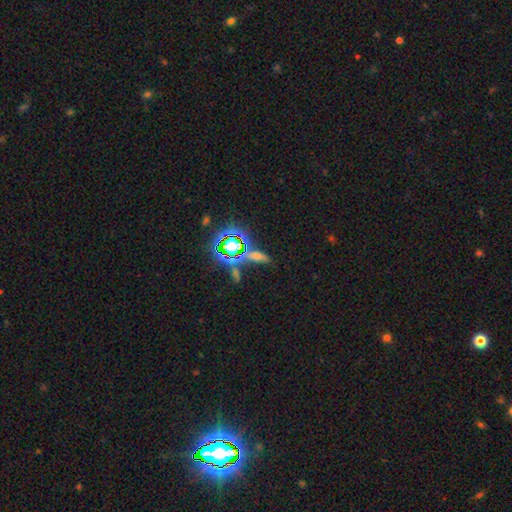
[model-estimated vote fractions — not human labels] Smooth or featured: star or artifact — 48% (smooth — 33%)